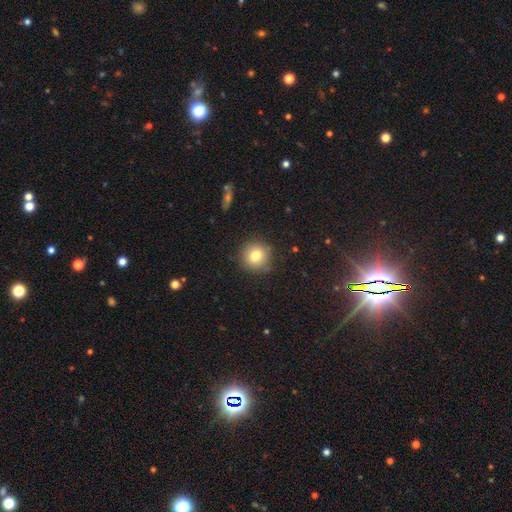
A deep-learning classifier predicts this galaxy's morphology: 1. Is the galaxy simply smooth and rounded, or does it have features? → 80% smooth, 11% star or artifact, 9% featured or disk.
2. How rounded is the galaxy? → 92% round, 7% in between, 1% cigar-shaped.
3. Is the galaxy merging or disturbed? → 87% none, 9% minor disturbance, 3% major disturbance, 1% merger.